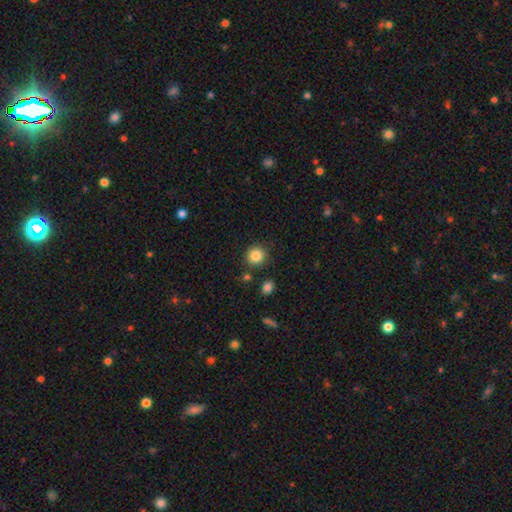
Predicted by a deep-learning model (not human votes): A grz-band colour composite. It shows a smooth galaxy with no disk features (85%) that is round (89%). Merging: none (85%).